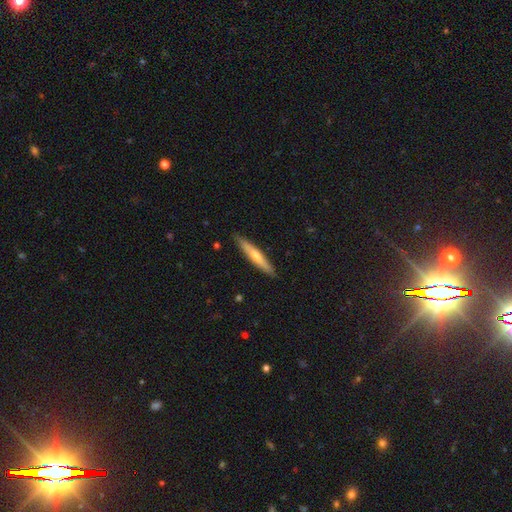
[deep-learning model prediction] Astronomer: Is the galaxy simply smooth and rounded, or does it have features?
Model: smooth — 52% (runner-up: featured or disk, 42%).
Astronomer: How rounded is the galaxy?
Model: cigar-shaped — 92%.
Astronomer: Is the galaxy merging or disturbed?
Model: none — 88%.